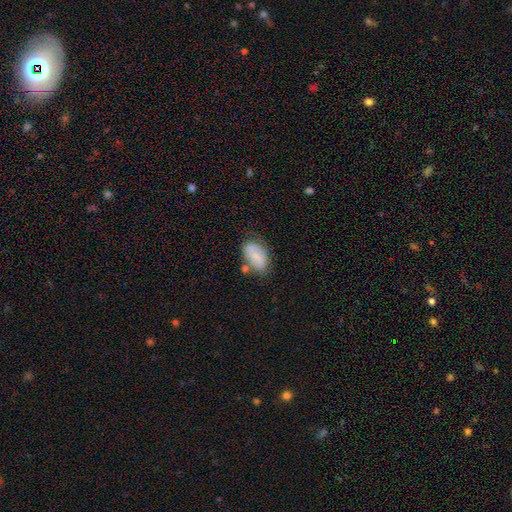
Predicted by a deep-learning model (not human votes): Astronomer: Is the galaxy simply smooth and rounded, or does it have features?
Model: smooth — 65%.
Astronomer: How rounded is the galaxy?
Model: in between — 91%.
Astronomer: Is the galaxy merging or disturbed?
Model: none — 62%.